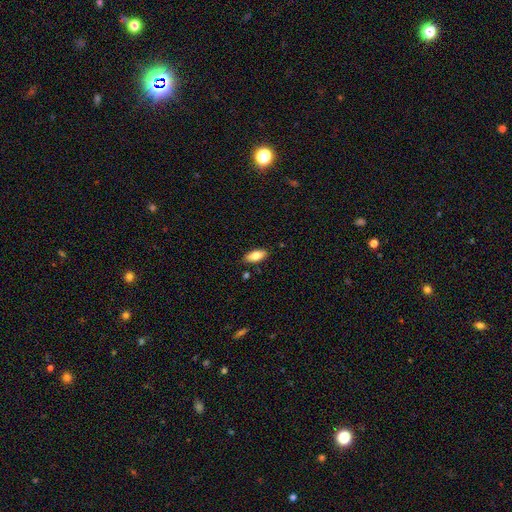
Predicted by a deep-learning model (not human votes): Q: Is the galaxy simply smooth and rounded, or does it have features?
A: smooth — 78%.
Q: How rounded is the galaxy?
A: in between — 87%.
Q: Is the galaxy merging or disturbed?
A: none — 85%.